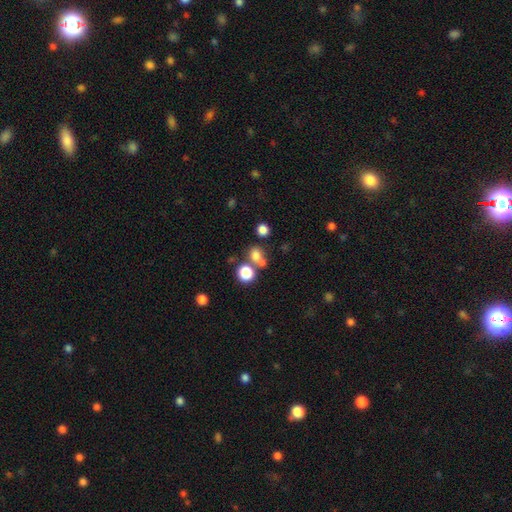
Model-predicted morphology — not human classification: Smooth or featured: smooth — 74% (star or artifact — 17%)
How rounded: round — 79% (in between — 20%)
Merging: none — 54% (merger — 33%)